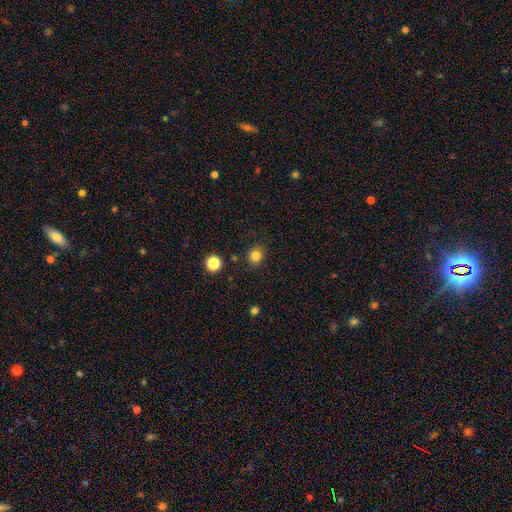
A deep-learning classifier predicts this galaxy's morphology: Q: Smooth or featured?
A: smooth (82%); runner-up: star or artifact (12%)
Q: How rounded?
A: round (79%); runner-up: in between (20%)
Q: Merging?
A: none (88%); runner-up: minor disturbance (8%)